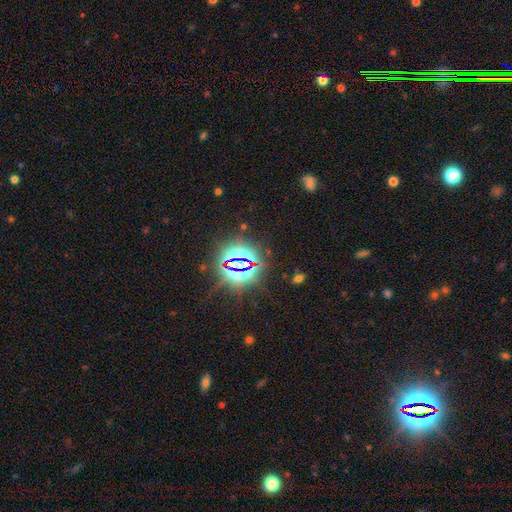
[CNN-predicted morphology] A star or artifact, not a galaxy (82%).